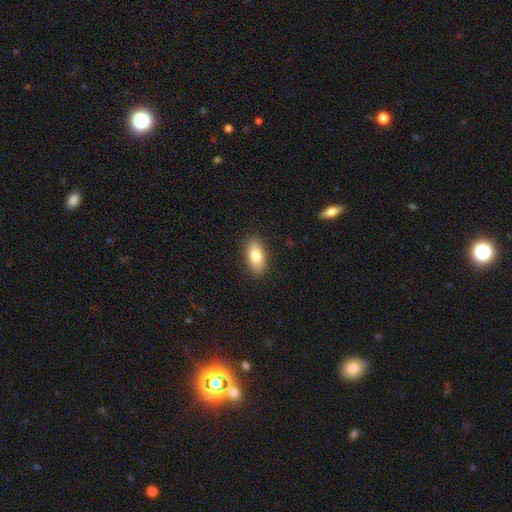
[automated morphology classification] This is clearly a smooth galaxy (81%). How rounded: clearly in between (89%). Merging: clearly none (88%).